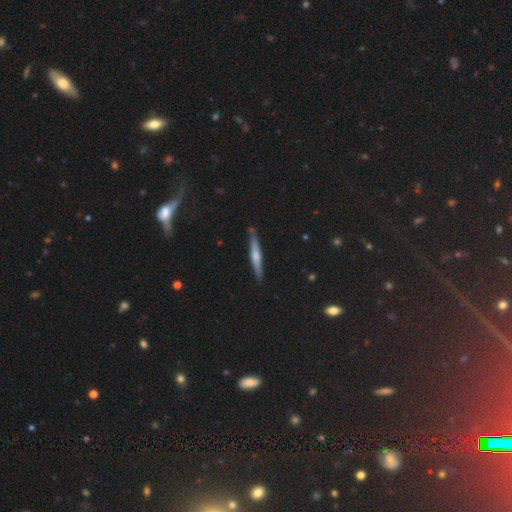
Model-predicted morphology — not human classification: featured or disk 50%, smooth 44%, star or artifact 6%. Down the decision tree: edge-on disk — yes (96%); merging — none (86%).